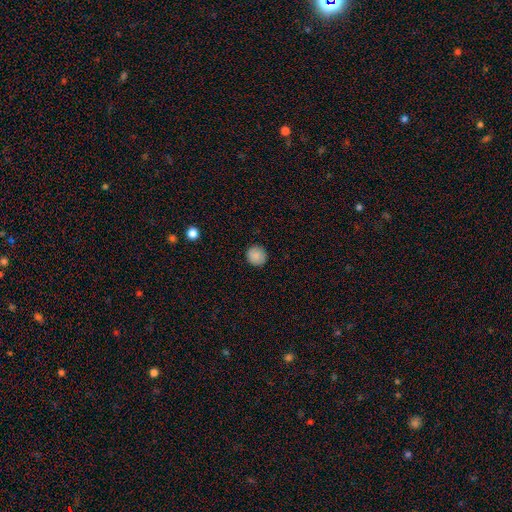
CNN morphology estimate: Smooth or featured?
  - smooth: 87% *
  - star or artifact: 9%
  - featured or disk: 4%
How rounded?
  - round: 91% *
  - in between: 8%
  - cigar-shaped: 1%
Merging?
  - none: 91% *
  - minor disturbance: 6%
  - major disturbance: 2%
  - merger: 1%